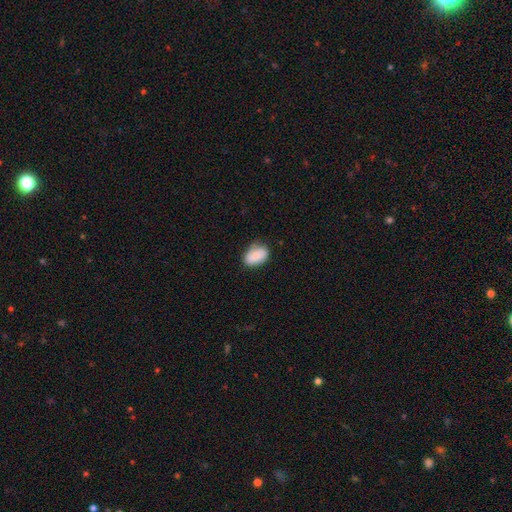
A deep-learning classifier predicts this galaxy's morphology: Q: Smooth or featured?
A: smooth (82%); runner-up: featured or disk (11%)
Q: How rounded?
A: in between (85%); runner-up: round (14%)
Q: Merging?
A: none (70%); runner-up: minor disturbance (24%)